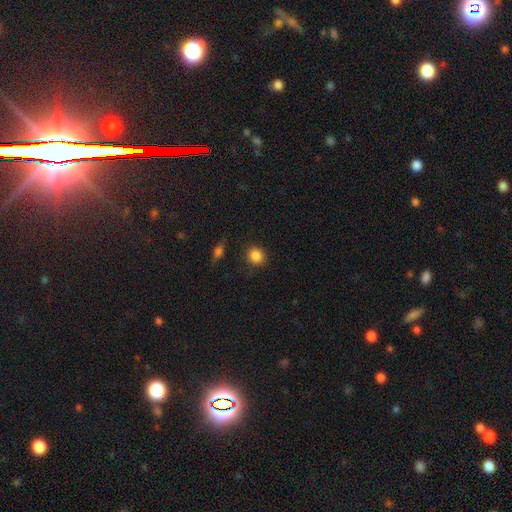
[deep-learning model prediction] A smooth galaxy with no disk features (86%) that is round (76%). Merging: none (86%).